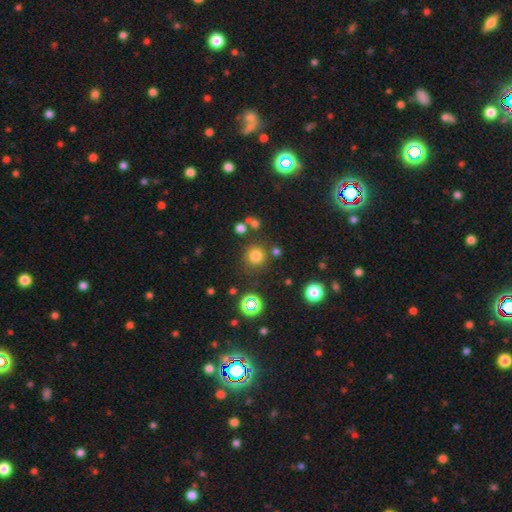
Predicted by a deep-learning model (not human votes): This is likely a smooth galaxy (74%). How rounded: clearly round (93%). Merging: clearly none (81%).